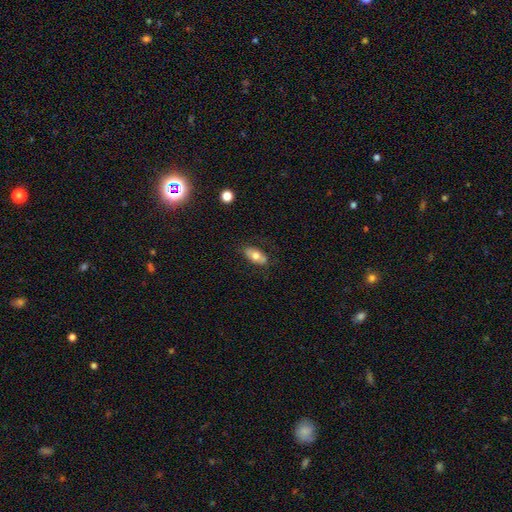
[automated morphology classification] smooth-or-featured: smooth: 65% | featured or disk: 28% | star or artifact: 7%
  how-rounded: in between: 90% | round: 5% | cigar-shaped: 5%
  merging: none: 78% | minor disturbance: 16% | major disturbance: 5% | merger: 2%